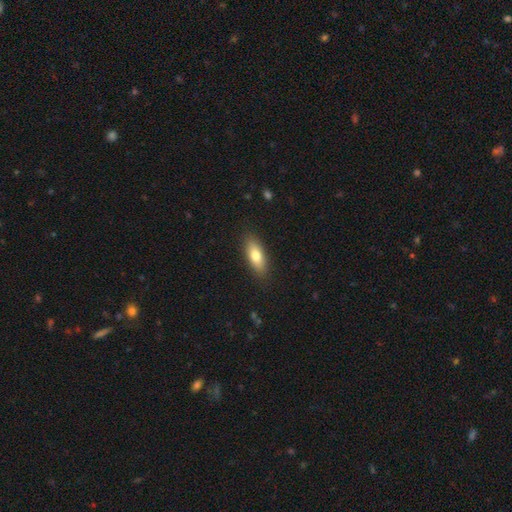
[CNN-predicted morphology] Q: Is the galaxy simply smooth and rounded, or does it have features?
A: smooth — 75%.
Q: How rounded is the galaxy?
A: in between — 75%.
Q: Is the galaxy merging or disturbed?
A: none — 87%.